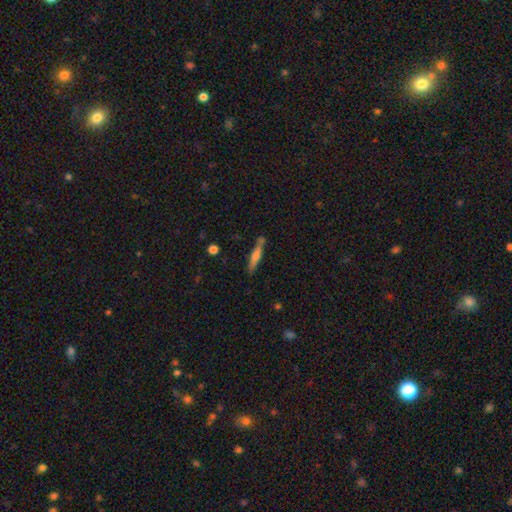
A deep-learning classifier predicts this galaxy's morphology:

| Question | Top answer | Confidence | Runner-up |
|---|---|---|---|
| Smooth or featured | smooth | 49% | featured or disk (45%) |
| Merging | none | 79% | minor disturbance (13%) |